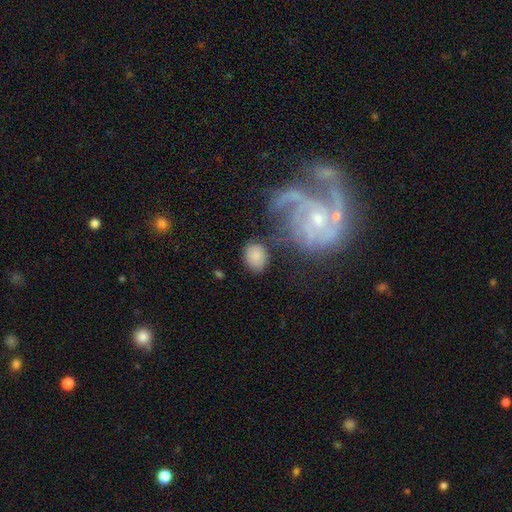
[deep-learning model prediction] Q: Smooth or featured?
A: smooth (77%); runner-up: featured or disk (13%)
Q: How rounded?
A: in between (61%); runner-up: round (38%)
Q: Merging?
A: none (67%); runner-up: minor disturbance (17%)